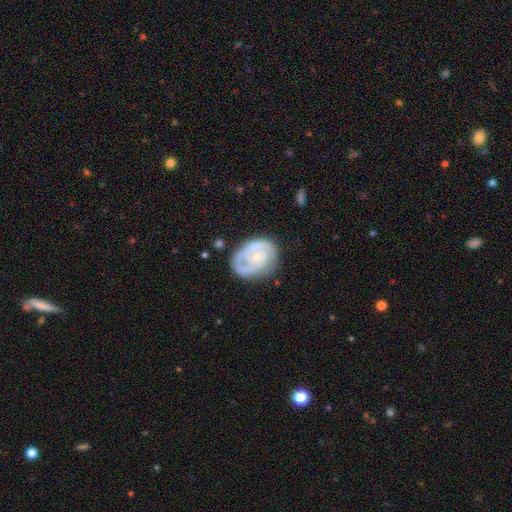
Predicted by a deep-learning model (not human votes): Overall: featured or disk (82%). Edge-on disk: no (98%). Bar: no (70%). Spiral arms: yes (94%). Spiral arm count: 2 (58%). Spiral winding: tight (59%; medium 33%). Bulge size: small (74%). Merging: none (73%).